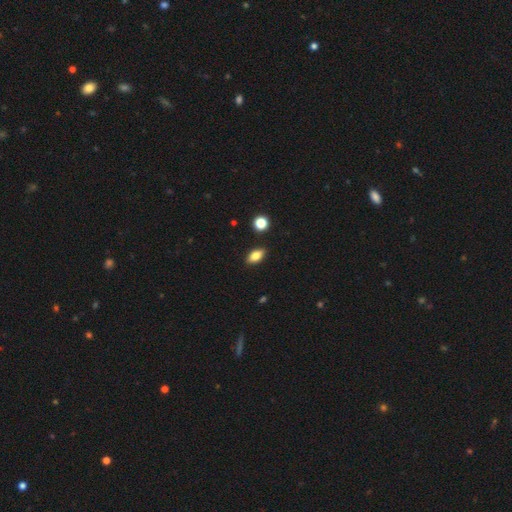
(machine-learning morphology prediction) type=smooth (80%); roundness=in between (87%); merging=none (88%).